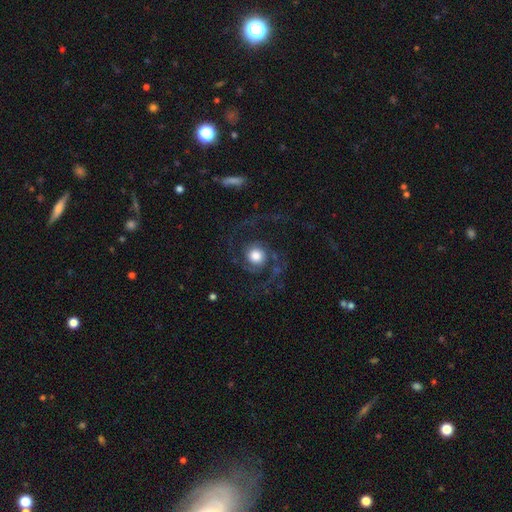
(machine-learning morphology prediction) Smooth or featured?
  - featured or disk: 77% *
  - smooth: 16%
  - star or artifact: 7%
Edge-on disk?
  - no: 98% *
  - yes: 2%
Bar?
  - no: 78% *
  - weak: 18%
  - strong: 4%
Spiral arms?
  - yes: 94% *
  - no: 6%
Spiral winding?
  - medium: 47% *
  - loose: 35%
  - tight: 17%
Spiral arm count?
  - 2: 66% *
  - 3: 13%
  - can't tell: 7%
  - 1: 6%
  - 4: 4%
  - more than 4: 4%
Bulge size?
  - moderate: 41% *
  - large: 40%
  - dominant: 10%
  - small: 7%
  - none: 2%
Merging?
  - none: 64% *
  - major disturbance: 21%
  - minor disturbance: 13%
  - merger: 2%